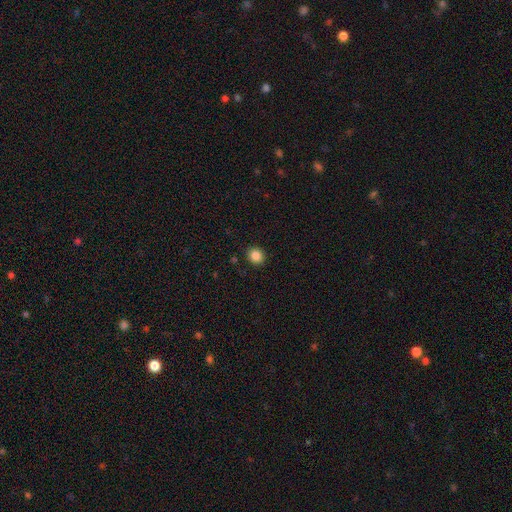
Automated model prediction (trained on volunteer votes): A smooth galaxy with no disk features (86%) that is round (80%).

Vote fractions:
- Smooth or featured? smooth: 86% / star or artifact: 10% / featured or disk: 4%
- How rounded? round: 80% / in between: 19% / cigar-shaped: 1%
- Merging? none: 90% / minor disturbance: 6% / major disturbance: 2% / merger: 1%